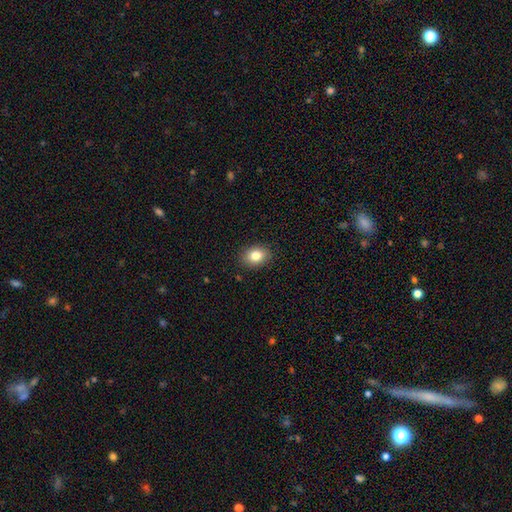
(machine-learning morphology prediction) type=smooth (83%); roundness=in between (68%); merging=none (88%).